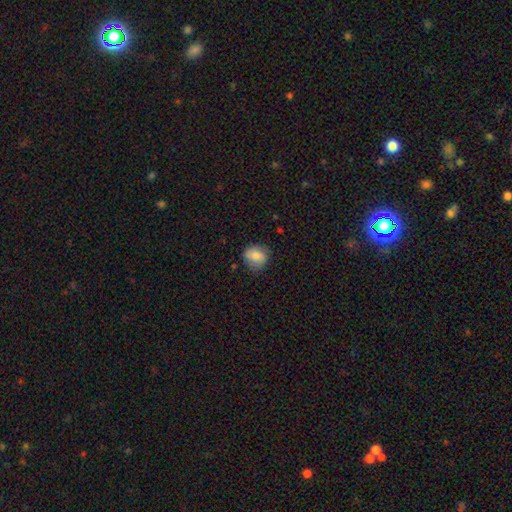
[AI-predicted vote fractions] smooth 79%, featured or disk 12%, star or artifact 8%. Down the decision tree: how rounded — round (71%); merging — none (71%).